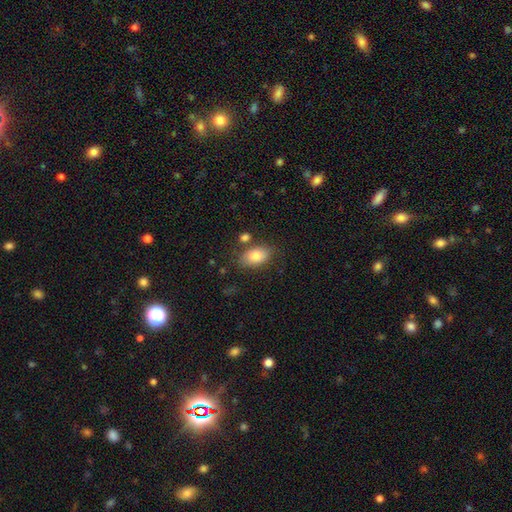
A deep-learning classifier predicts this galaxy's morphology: Smooth or featured? smooth (81%)
How rounded? in between (89%)
Merging? none (73%)